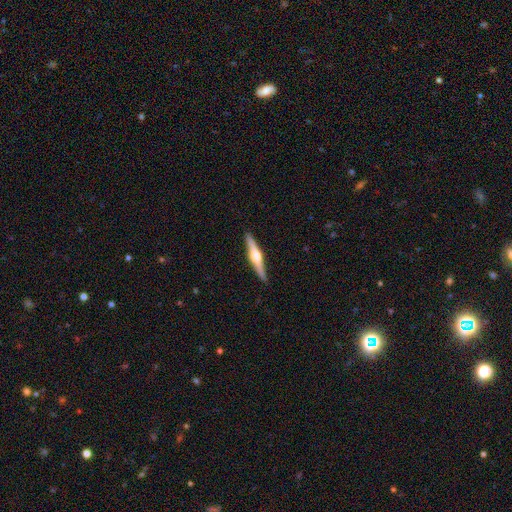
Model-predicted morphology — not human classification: This is likely a featured or disk galaxy (74%). It is clearly viewed edge-on (98%). Edge-on bulge: clearly rounded (93%). Merging: clearly none (90%).